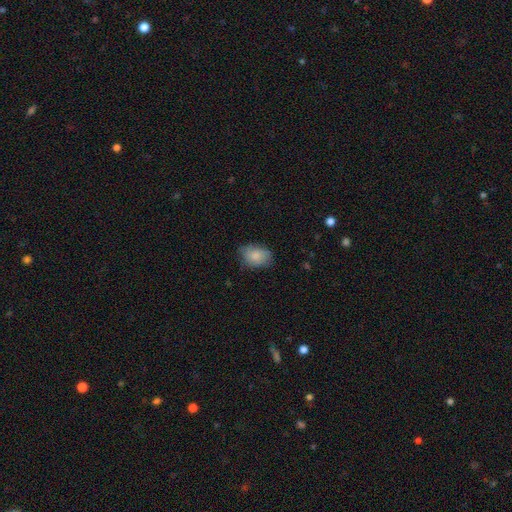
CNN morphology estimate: Smooth or featured? Predicted: smooth (p=0.84). How rounded? Predicted: in between (p=0.77). Merging? Predicted: none (p=0.68).